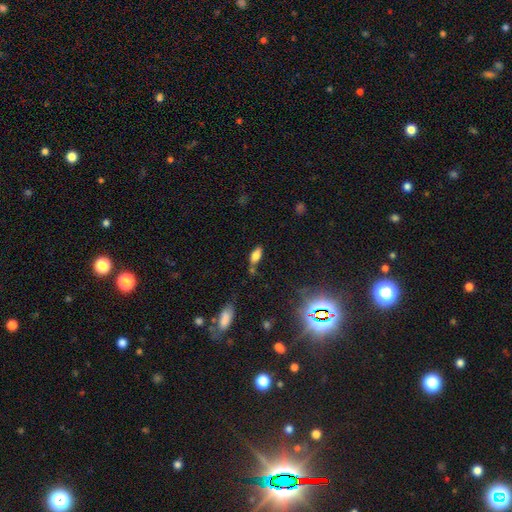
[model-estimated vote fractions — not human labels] Smooth or featured? smooth (74%)
How rounded? in between (80%)
Merging? none (62%)